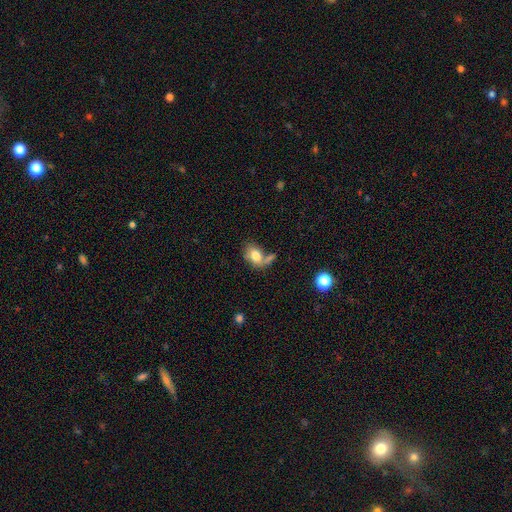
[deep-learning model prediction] A smooth galaxy with no disk features (76%) that is in between round and cigar-shaped (77%).

Vote fractions:
- Smooth or featured? smooth: 76% / featured or disk: 15% / star or artifact: 9%
- How rounded? in between: 77% / round: 21% / cigar-shaped: 2%
- Merging? none: 40% / merger: 29% / minor disturbance: 18% / major disturbance: 12%